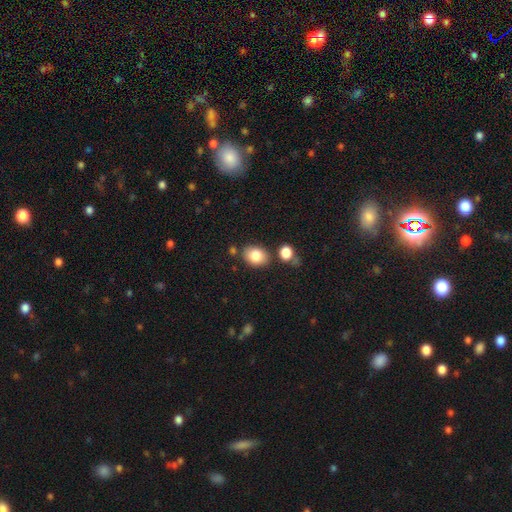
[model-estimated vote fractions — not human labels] smooth_or_featured: smooth (p=0.82) [alt: featured or disk p=0.09]
how_rounded: in between (p=0.66) [alt: round p=0.33]
merging: none (p=0.77) [alt: minor disturbance p=0.12]